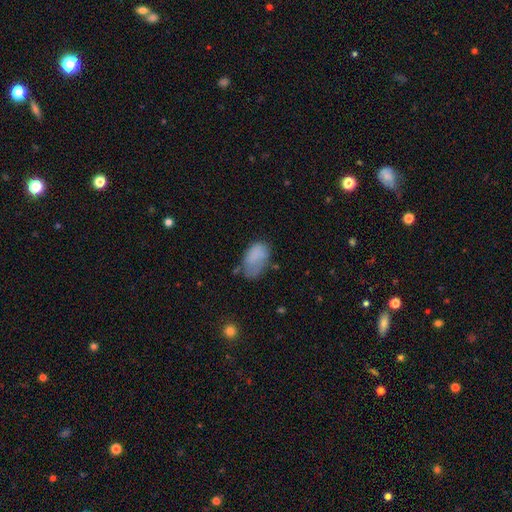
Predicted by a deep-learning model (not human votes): This appears to be a smooth galaxy with no disk features (78%) that is in between round and cigar-shaped (93%). Merging: none (38%).